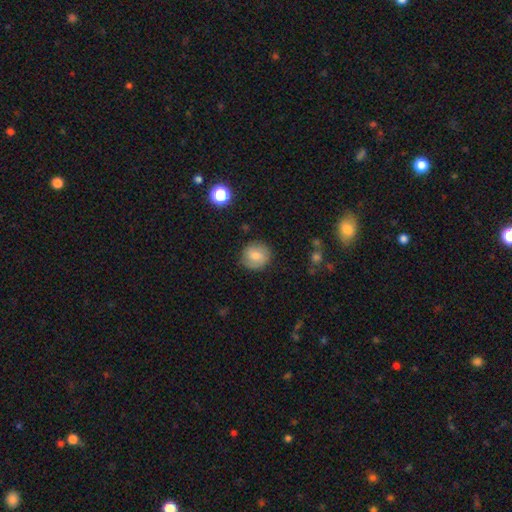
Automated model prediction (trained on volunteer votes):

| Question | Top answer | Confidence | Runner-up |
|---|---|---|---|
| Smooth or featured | smooth | 70% | featured or disk (21%) |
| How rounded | round | 87% | in between (12%) |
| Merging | none | 83% | minor disturbance (13%) |